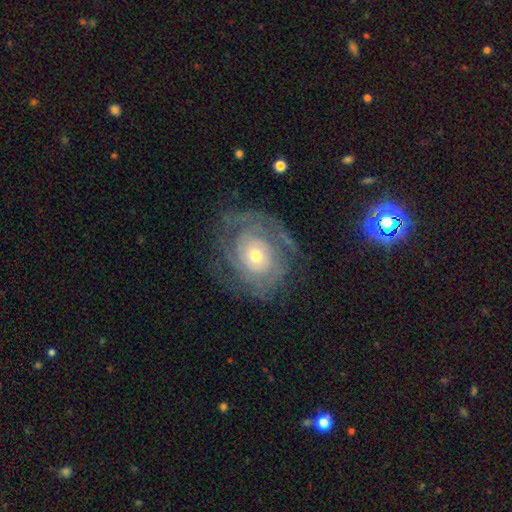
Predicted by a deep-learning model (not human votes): A featured or disk galaxy (79%) with no bar (81%), tight (73%) spiral arms (85%) and a small central bulge (48%).

Vote fractions:
- Smooth or featured? featured or disk: 79% / smooth: 14% / star or artifact: 7%
- Edge-on disk? no: 97% / yes: 3%
- Bar? no: 81% / weak: 15% / strong: 4%
- Spiral arms? yes: 85% / no: 15%
- Spiral winding? tight: 73% / medium: 20% / loose: 7%
- Spiral arm count? can't tell: 45% / 2: 23% / 3: 13% / 4: 7% / 1: 6% / more than 4: 5%
- Bulge size? small: 48% / moderate: 46% / large: 4% / dominant: 1% / none: 1%
- Merging? none: 72% / minor disturbance: 16% / major disturbance: 11% / merger: 1%